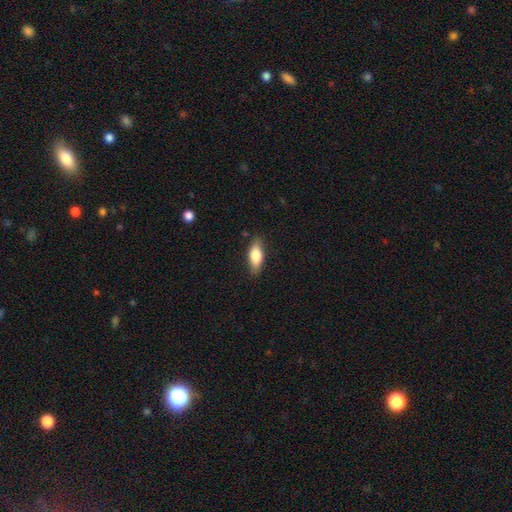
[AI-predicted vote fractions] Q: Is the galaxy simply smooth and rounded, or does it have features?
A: smooth — 78%.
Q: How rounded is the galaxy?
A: in between — 78%.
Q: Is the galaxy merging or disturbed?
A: none — 80%.